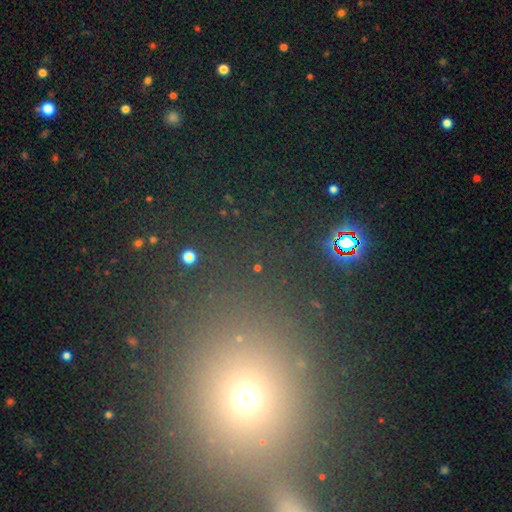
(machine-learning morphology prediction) This is possibly a star or artifact rather than a galaxy (48%).